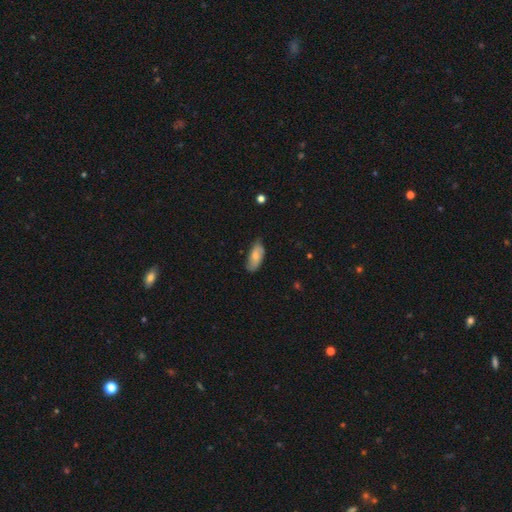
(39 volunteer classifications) smooth 62%, featured or disk 33%, star or artifact 5%. Down the decision tree: how rounded — in between (100%); merging — none (59%).